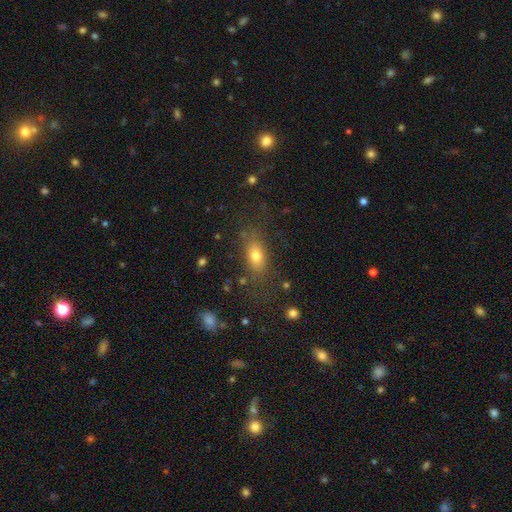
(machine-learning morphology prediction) smooth 73%, featured or disk 15%, star or artifact 13%. Down the decision tree: how rounded — in between (76%); merging — none (73%).